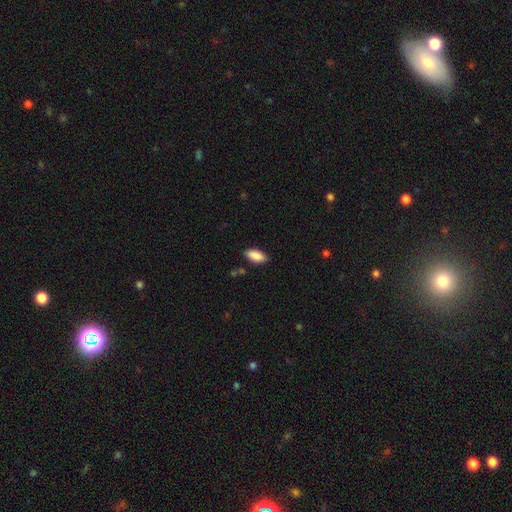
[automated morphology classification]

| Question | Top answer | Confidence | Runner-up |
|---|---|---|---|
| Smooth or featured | smooth | 90% | star or artifact (6%) |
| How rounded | in between | 89% | cigar-shaped (9%) |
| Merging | none | 85% | minor disturbance (11%) |